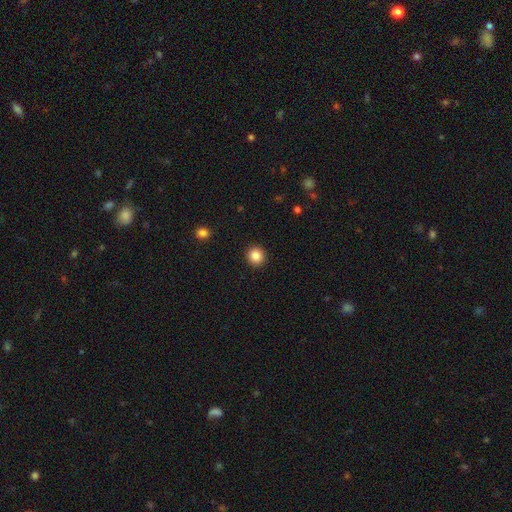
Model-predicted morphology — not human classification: Smooth or featured?
  - smooth: 85% *
  - star or artifact: 10%
  - featured or disk: 5%
How rounded?
  - round: 92% *
  - in between: 7%
  - cigar-shaped: 1%
Merging?
  - none: 93% *
  - minor disturbance: 4%
  - major disturbance: 2%
  - merger: 1%